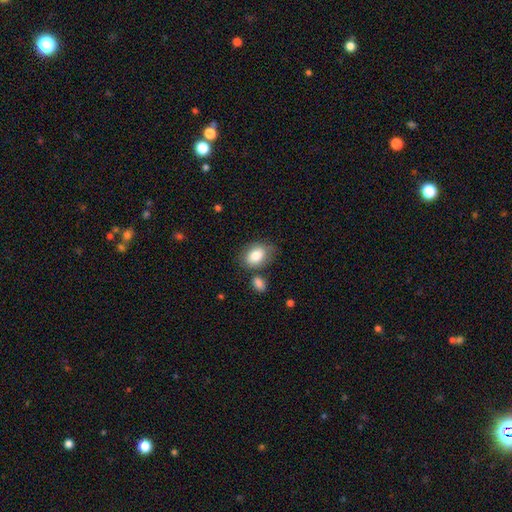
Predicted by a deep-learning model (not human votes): The model was most divided on "merging": none: 64%, minor disturbance: 18%, merger: 13%, major disturbance: 5%. More confident: smooth or featured — smooth (81%); how rounded — in between (79%).